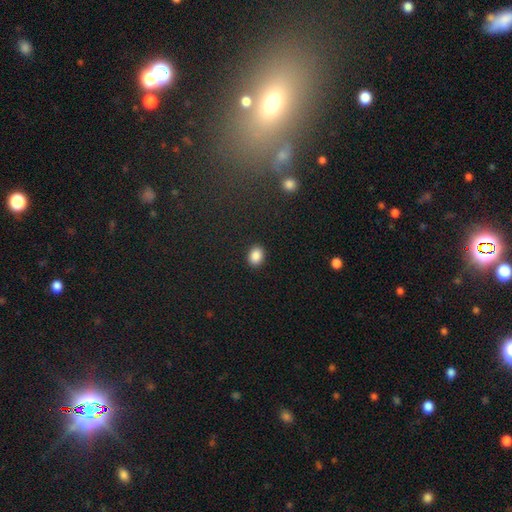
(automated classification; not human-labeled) smooth-or-featured: smooth: 88% | star or artifact: 8% | featured or disk: 4%
  how-rounded: in between: 65% | round: 34% | cigar-shaped: 1%
  merging: none: 90% | minor disturbance: 7% | major disturbance: 2% | merger: 1%